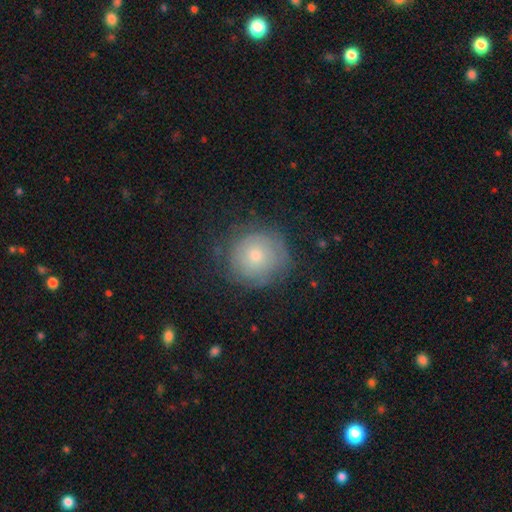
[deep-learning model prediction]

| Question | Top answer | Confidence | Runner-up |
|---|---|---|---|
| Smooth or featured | smooth | 51% | featured or disk (40%) |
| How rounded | round | 92% | in between (7%) |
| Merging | none | 72% | minor disturbance (18%) |